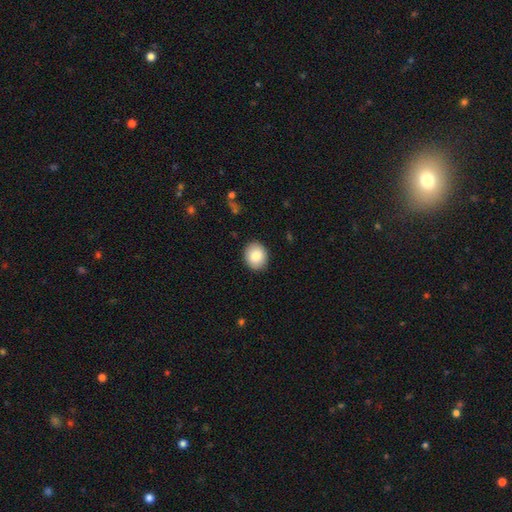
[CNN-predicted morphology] A smooth galaxy with no disk features (83%) that is round (62%). Merging: none (90%).